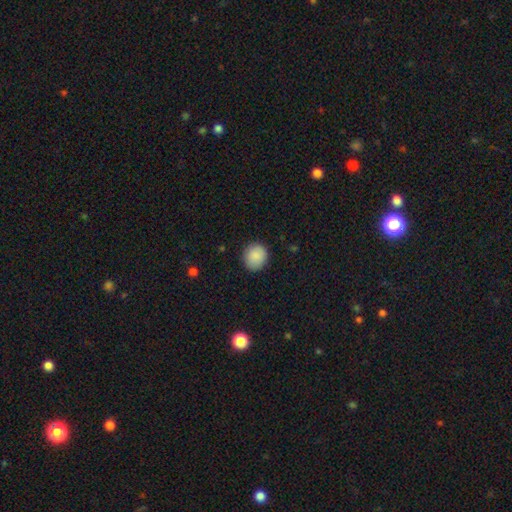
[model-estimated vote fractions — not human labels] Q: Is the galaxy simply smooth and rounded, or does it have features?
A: smooth — 89%.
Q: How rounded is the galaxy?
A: round — 85%.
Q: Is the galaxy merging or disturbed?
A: none — 88%.